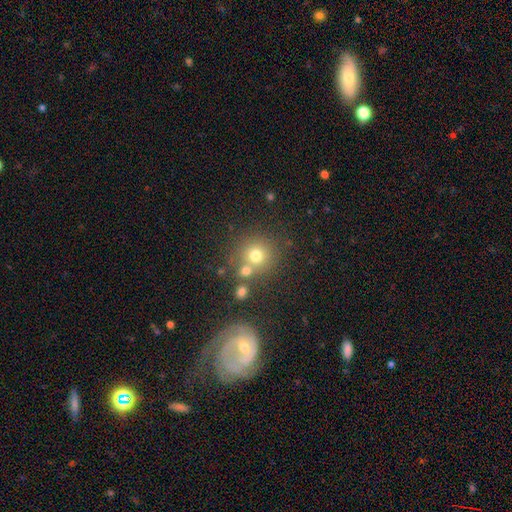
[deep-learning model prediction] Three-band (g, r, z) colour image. It shows a smooth galaxy with no disk features (72%) that is round (89%). Merging: none (63%).